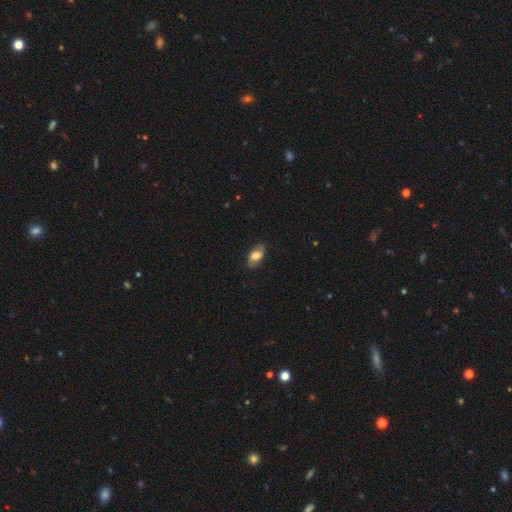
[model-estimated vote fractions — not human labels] Smooth or featured? smooth (59%)
How rounded? in between (89%)
Merging? none (78%)